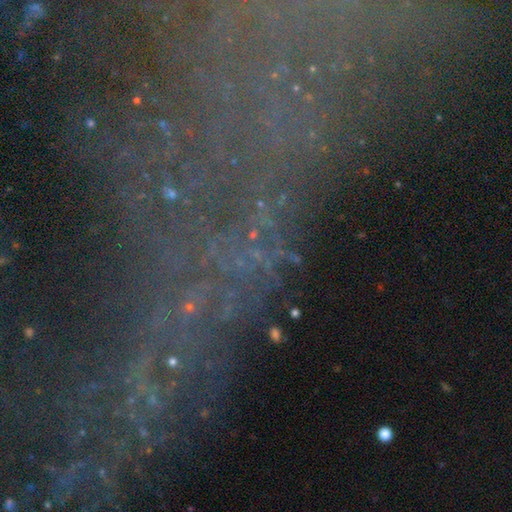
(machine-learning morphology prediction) Smooth or featured: star or artifact — 73% (featured or disk — 16%)